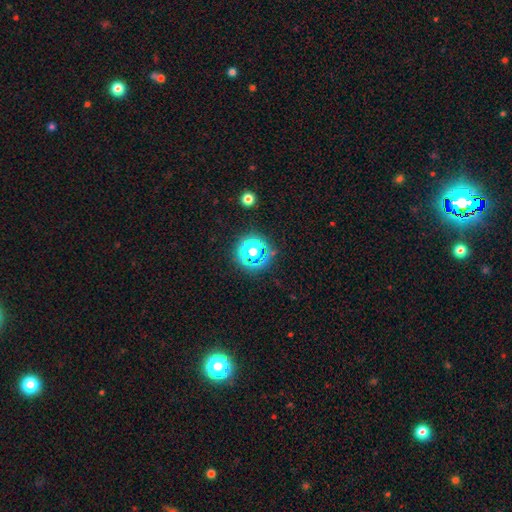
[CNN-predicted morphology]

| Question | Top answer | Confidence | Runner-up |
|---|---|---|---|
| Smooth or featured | smooth | 46% | star or artifact (44%) |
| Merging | none | 77% | minor disturbance (12%) |